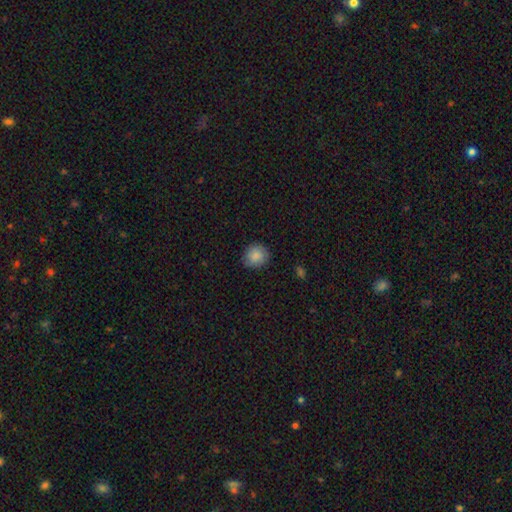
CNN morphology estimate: smooth 85%, star or artifact 8%, featured or disk 7%. Down the decision tree: how rounded — round (83%); merging — none (81%).